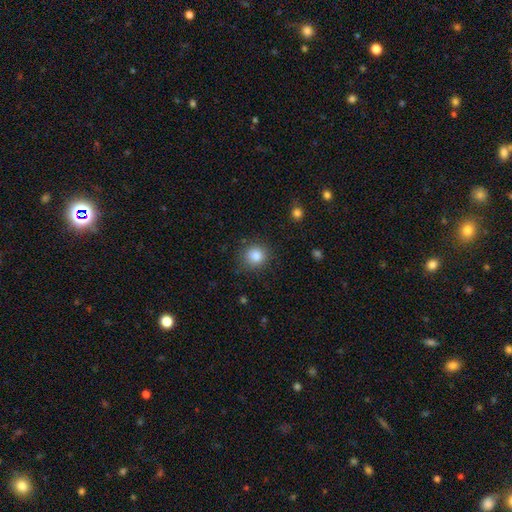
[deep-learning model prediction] Overall: smooth (85%). How rounded: round (89%). Merging: none (85%).